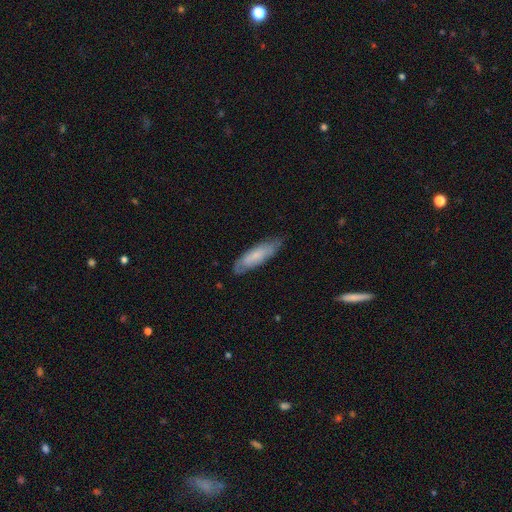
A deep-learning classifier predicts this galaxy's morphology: Overall: smooth (59%; featured or disk 35%). How rounded: cigar-shaped (55%; in between 43%). Merging: none (76%).